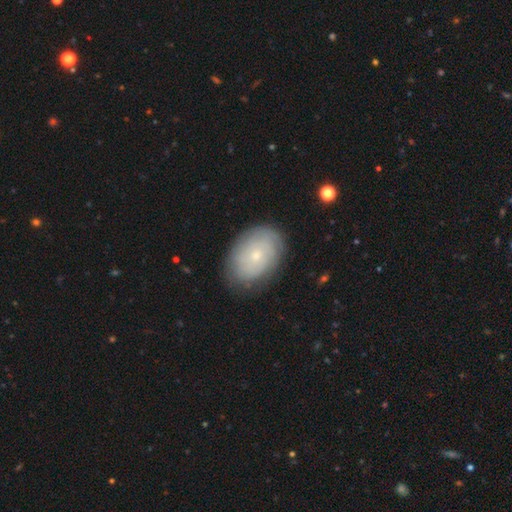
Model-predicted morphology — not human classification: smooth_or_featured: smooth (p=0.53) [alt: featured or disk p=0.39]
how_rounded: in between (p=0.81) [alt: round p=0.18]
merging: none (p=0.80) [alt: minor disturbance p=0.15]